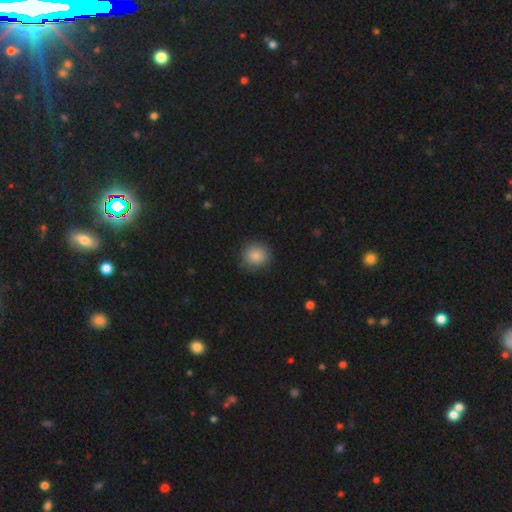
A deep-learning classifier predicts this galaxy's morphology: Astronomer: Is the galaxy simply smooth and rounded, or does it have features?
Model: smooth — 84%.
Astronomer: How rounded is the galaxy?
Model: round — 91%.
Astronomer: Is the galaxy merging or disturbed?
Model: none — 84%.